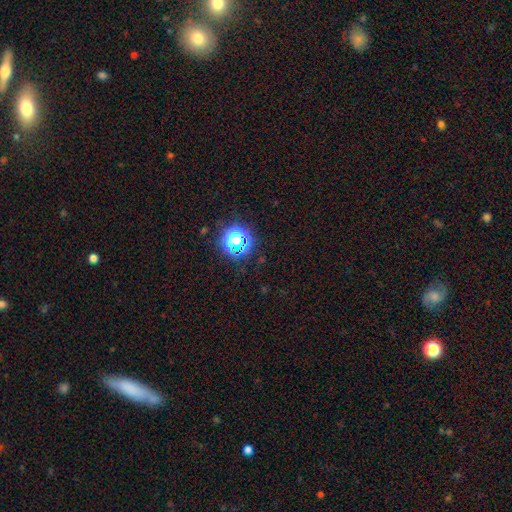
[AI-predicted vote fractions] Smooth or featured? star or artifact (70%)